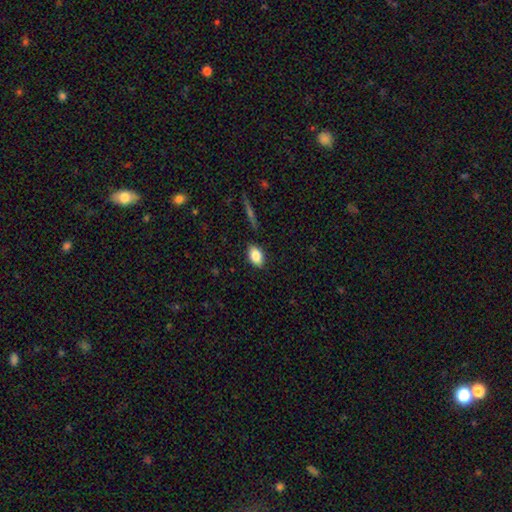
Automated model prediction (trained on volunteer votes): Morphology: type=smooth (83%); roundness=in between (87%); merging=none (86%).